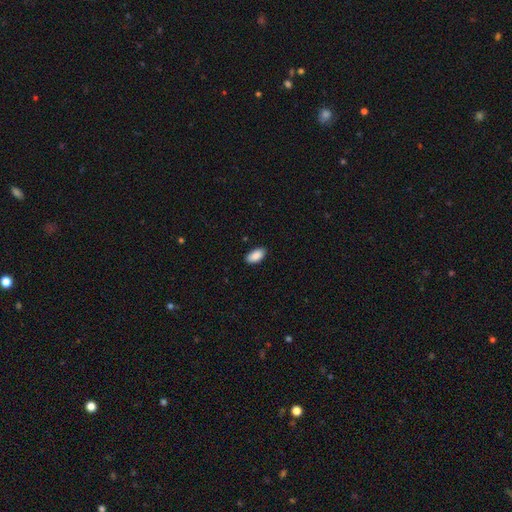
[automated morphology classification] A smooth galaxy with no disk features (90%) that is in between round and cigar-shaped (95%).

Vote fractions:
- Smooth or featured? smooth: 90% / star or artifact: 6% / featured or disk: 4%
- How rounded? in between: 95% / cigar-shaped: 3% / round: 2%
- Merging? none: 87% / minor disturbance: 10% / major disturbance: 2% / merger: 1%